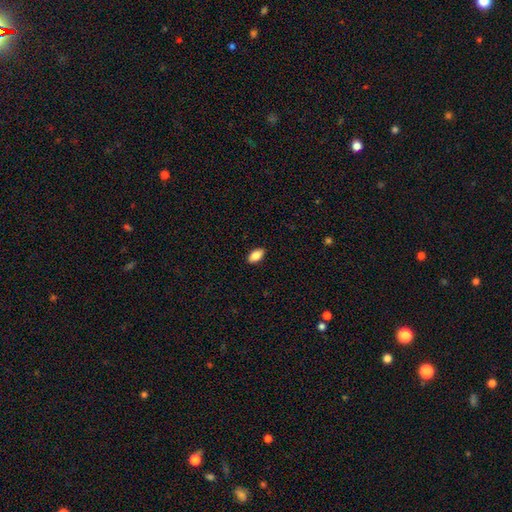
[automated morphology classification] This appears to be a smooth galaxy with no disk features (85%) that is in between round and cigar-shaped (92%). Merging: none (90%).